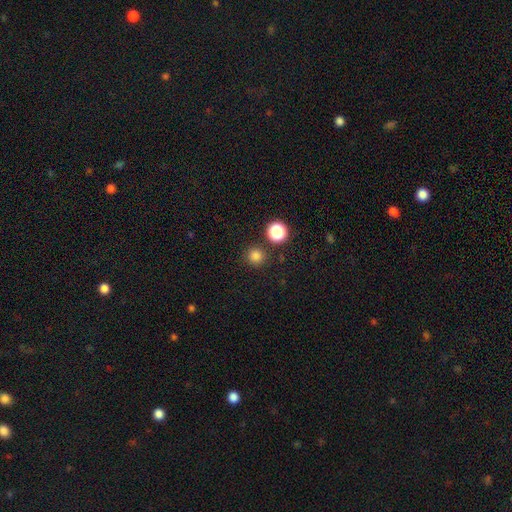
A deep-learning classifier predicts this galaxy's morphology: Q: Smooth or featured?
A: smooth (80%); runner-up: star or artifact (16%)
Q: How rounded?
A: round (95%); runner-up: in between (4%)
Q: Merging?
A: none (87%); runner-up: minor disturbance (6%)